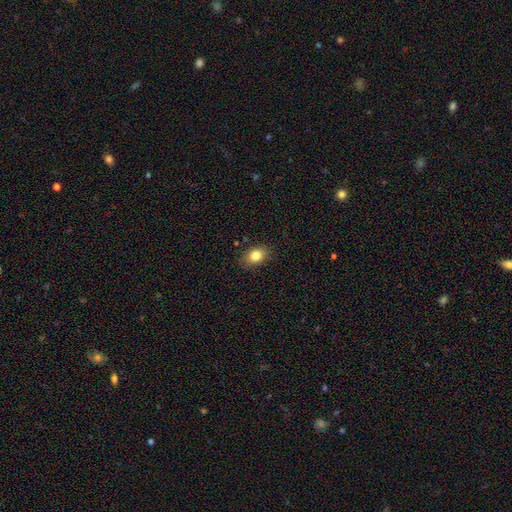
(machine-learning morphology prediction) Smooth or featured? Predicted: smooth (p=0.83). How rounded? Predicted: in between (p=0.75). Merging? Predicted: none (p=0.84).